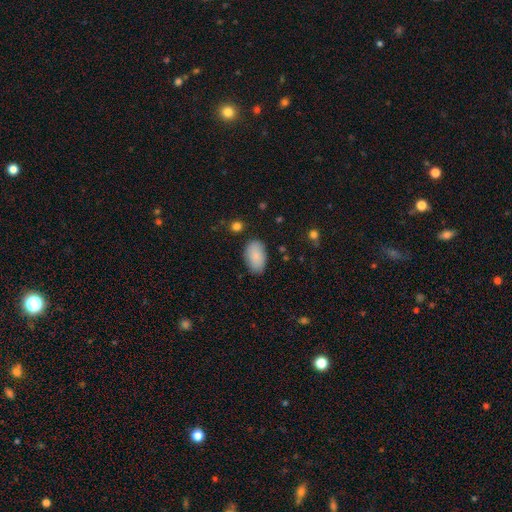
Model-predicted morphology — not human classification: Overall: smooth (88%). How rounded: in between (94%). Merging: none (80%).